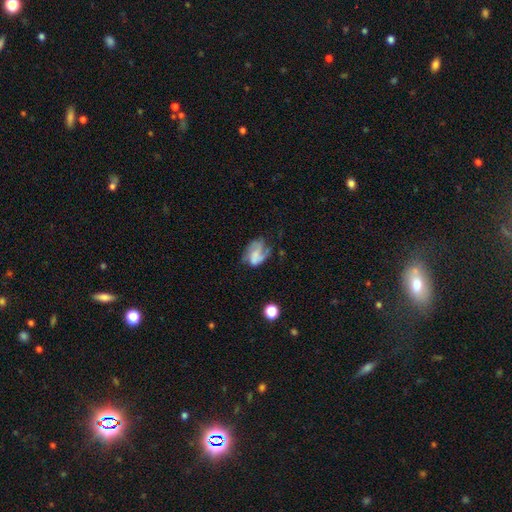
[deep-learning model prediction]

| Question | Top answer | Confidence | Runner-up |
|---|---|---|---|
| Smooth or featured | featured or disk | 53% | smooth (37%) |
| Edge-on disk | no | 97% | yes (3%) |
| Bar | no | 70% | weak (24%) |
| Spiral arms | yes | 66% | no (34%) |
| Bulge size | none | 50% | small (23%) |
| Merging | none | 36% | major disturbance (31%) |